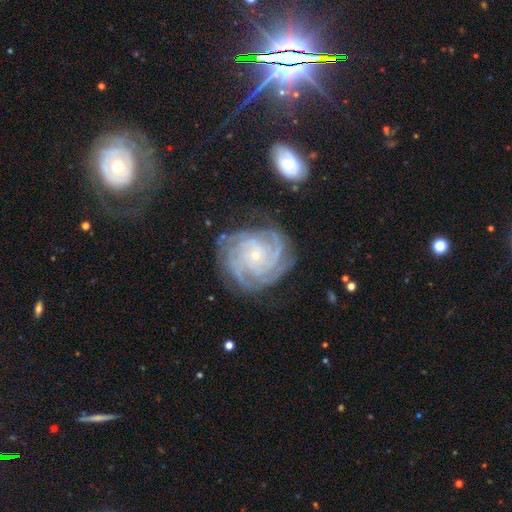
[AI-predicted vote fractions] The model was most divided on "spiral arm count": 4: 33%, 3: 20%, can't tell: 18%, more than 4: 14%, 2: 9%, 1: 7%. More confident: spiral arms — yes (98%); edge-on disk — no (98%); smooth or featured — featured or disk (88%); bulge size — small (86%); bar — no (79%); spiral winding — tight (76%); merging — none (73%).